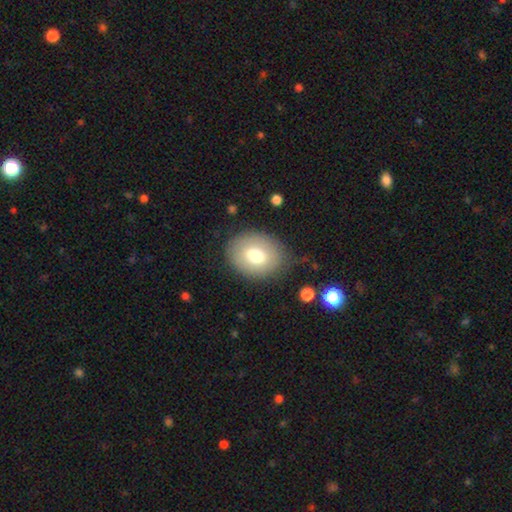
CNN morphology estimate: smooth 72%, featured or disk 19%, star or artifact 9%. Down the decision tree: how rounded — in between (52%); merging — none (75%).